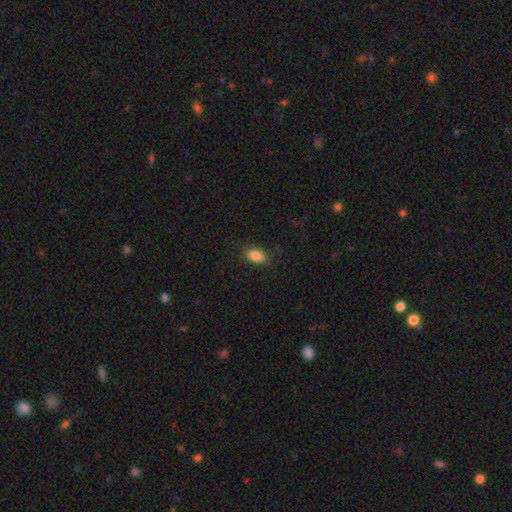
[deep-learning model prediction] Smooth or featured: smooth — 87% (star or artifact — 8%)
How rounded: in between — 90% (round — 7%)
Merging: none — 84% (minor disturbance — 11%)